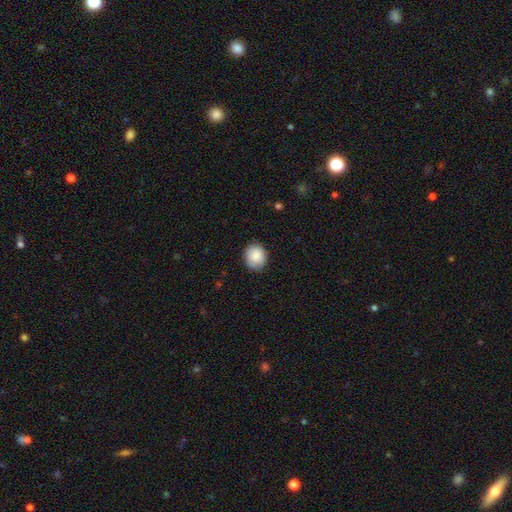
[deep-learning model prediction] Morphology: type=smooth (87%); roundness=round (76%); merging=none (85%).